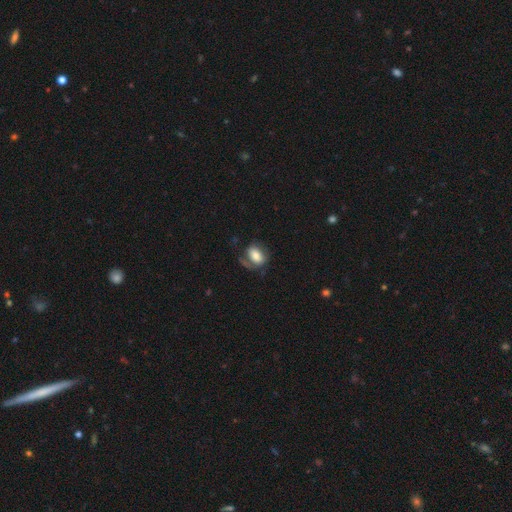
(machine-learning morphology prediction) smooth_or_featured: smooth (p=0.66) [alt: featured or disk p=0.26]
how_rounded: in between (p=0.81) [alt: round p=0.17]
merging: none (p=0.52) [alt: minor disturbance p=0.22]